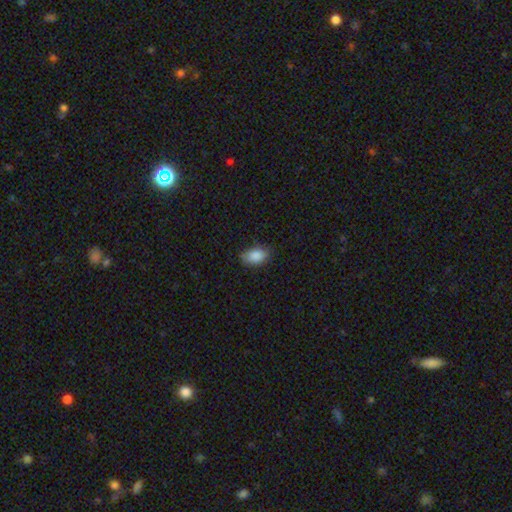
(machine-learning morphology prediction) This appears to be a smooth galaxy with no disk features (88%) that is in between round and cigar-shaped (88%). Merging: none (75%).